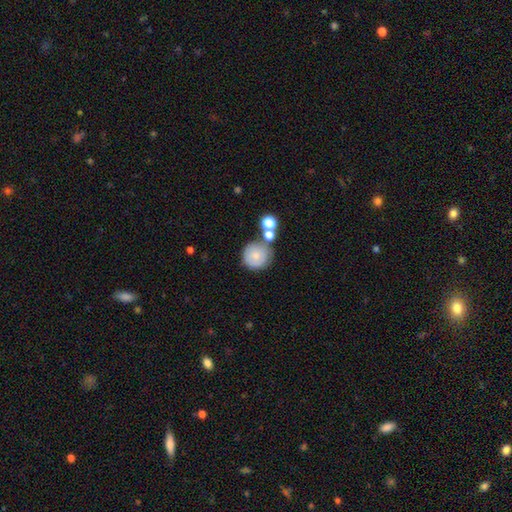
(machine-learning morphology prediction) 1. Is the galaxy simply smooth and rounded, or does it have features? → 74% smooth, 16% featured or disk, 10% star or artifact.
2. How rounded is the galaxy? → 92% round, 7% in between, 1% cigar-shaped.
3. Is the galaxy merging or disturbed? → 61% none, 20% merger, 14% minor disturbance, 5% major disturbance.